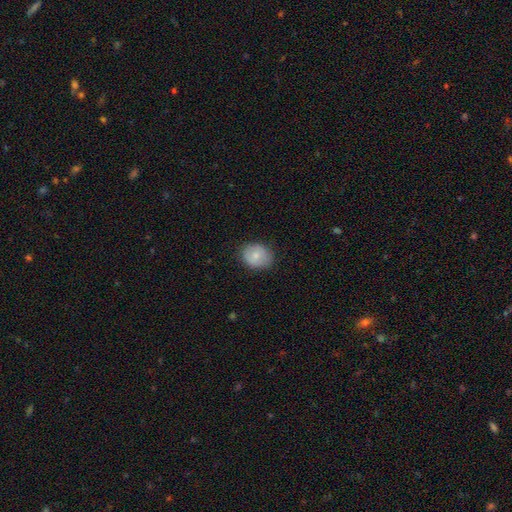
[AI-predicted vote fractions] Morphology: type=smooth (78%); roundness=round (55%); merging=none (81%).